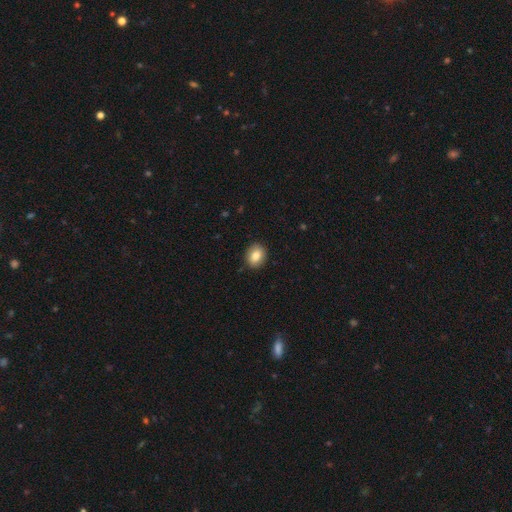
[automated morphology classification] Smooth or featured? Predicted: smooth (p=0.85). How rounded? Predicted: in between (p=0.54). Merging? Predicted: none (p=0.89).